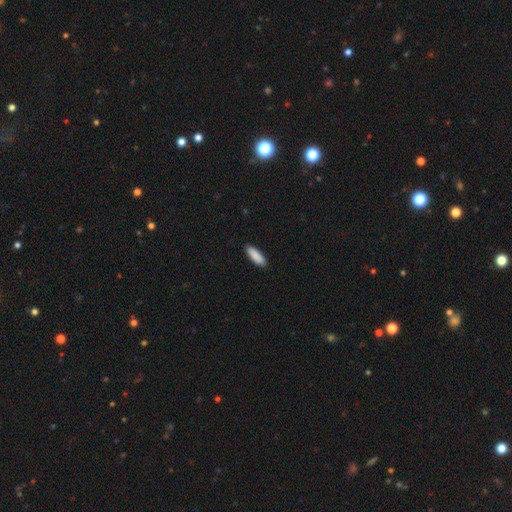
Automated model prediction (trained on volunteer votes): A smooth galaxy with no disk features (90%) that is in between round and cigar-shaped (58%). Merging: none (90%).